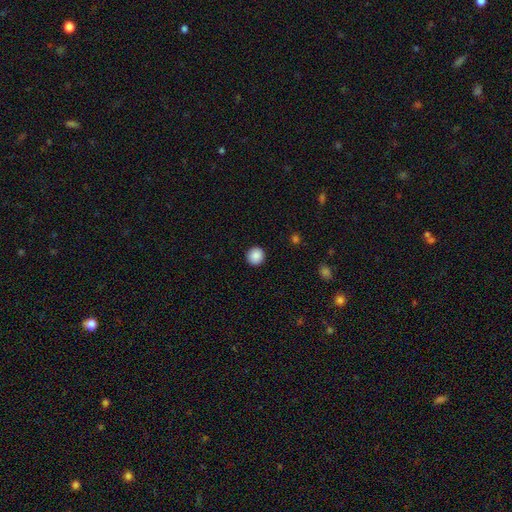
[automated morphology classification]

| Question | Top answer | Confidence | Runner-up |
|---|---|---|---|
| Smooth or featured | smooth | 89% | star or artifact (8%) |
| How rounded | round | 93% | in between (6%) |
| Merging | none | 93% | minor disturbance (5%) |